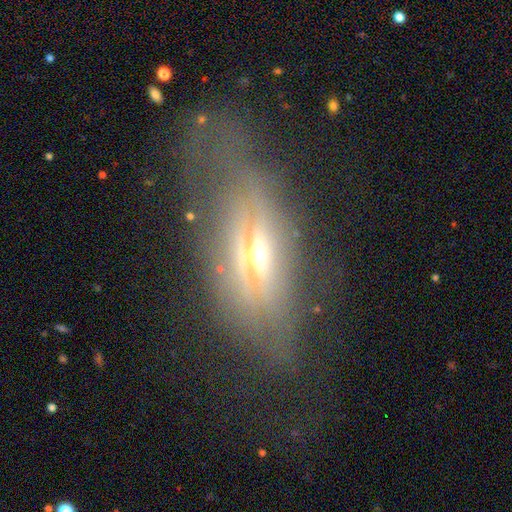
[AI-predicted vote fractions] Smooth or featured? Predicted: featured or disk (p=0.66). Edge-on disk? Predicted: yes (p=0.71). Merging? Predicted: none (p=0.47).